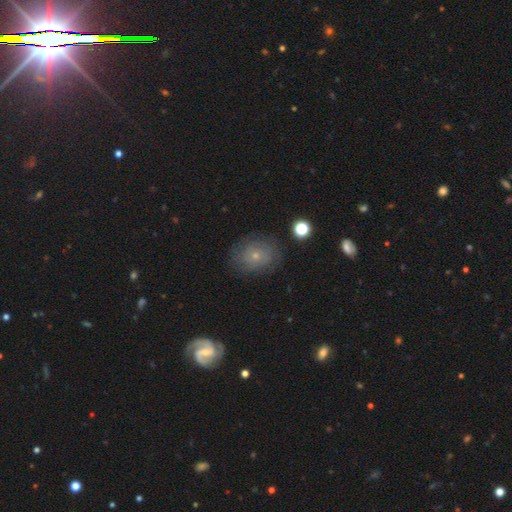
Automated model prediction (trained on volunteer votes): Overall: smooth (46%; featured or disk 41%). Merging: none (78%).